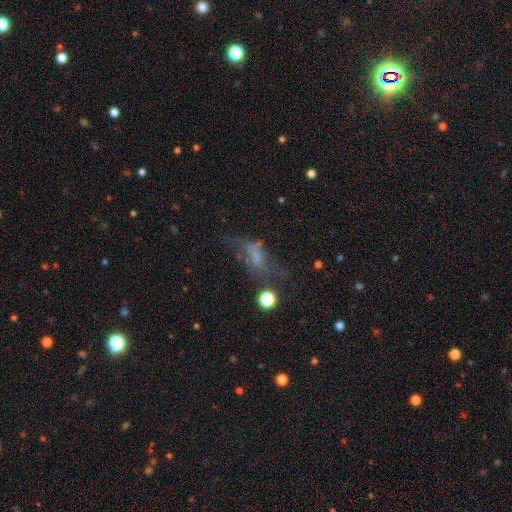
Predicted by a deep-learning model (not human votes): smooth_or_featured: smooth (p=0.40) [tied with: featured or disk p=0.40]
merging: major disturbance (p=0.40) [alt: none p=0.33]